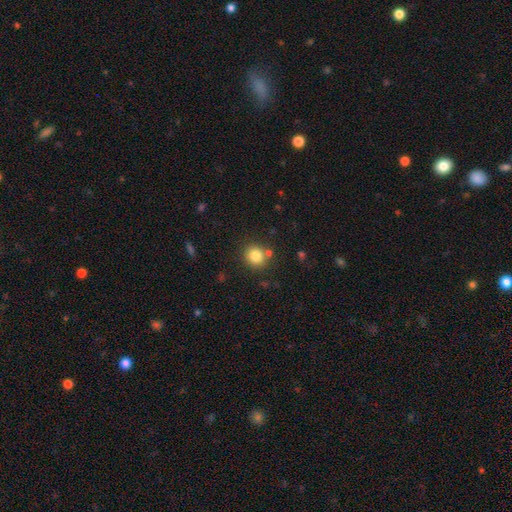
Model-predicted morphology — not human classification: Smooth or featured: smooth — 81% (star or artifact — 11%)
How rounded: round — 85% (in between — 14%)
Merging: none — 78% (merger — 9%)